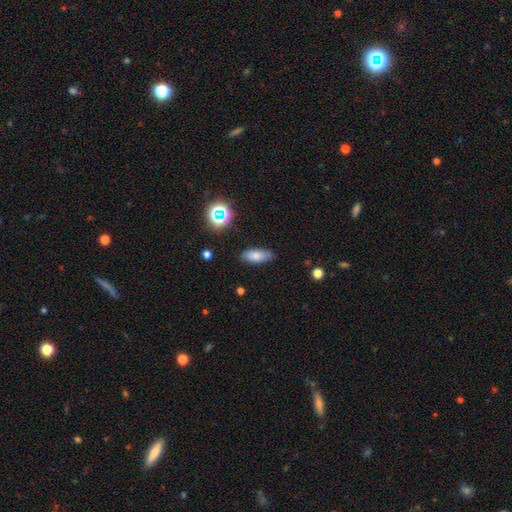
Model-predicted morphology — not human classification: Q: Smooth or featured?
A: smooth (77%); runner-up: featured or disk (13%)
Q: How rounded?
A: in between (78%); runner-up: cigar-shaped (19%)
Q: Merging?
A: none (82%); runner-up: minor disturbance (14%)